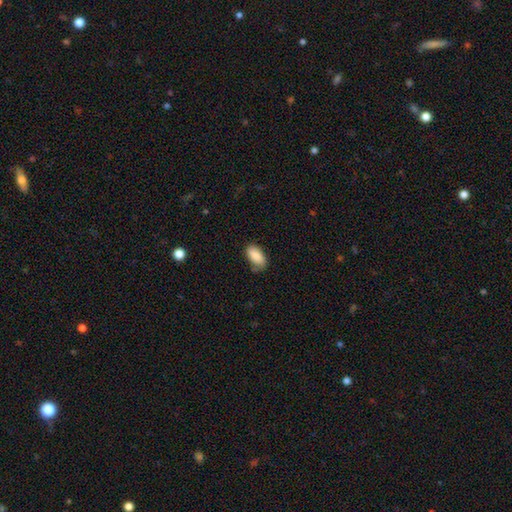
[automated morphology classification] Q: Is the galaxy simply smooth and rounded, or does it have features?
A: smooth — 87%.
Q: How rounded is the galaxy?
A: in between — 94%.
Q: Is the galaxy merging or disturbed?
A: none — 68%.